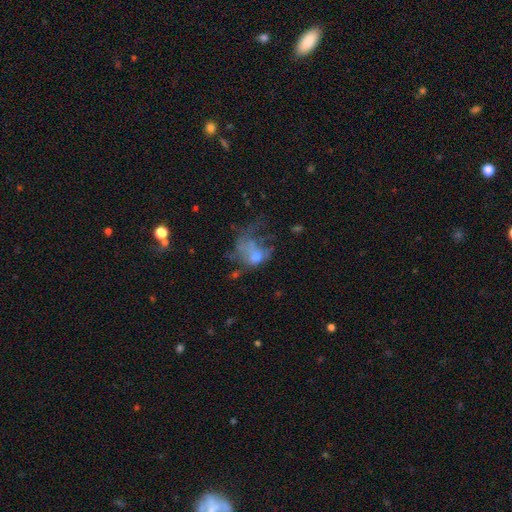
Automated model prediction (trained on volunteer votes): The model was most divided on "smooth or featured": featured or disk: 48%, smooth: 36%, star or artifact: 16%. More confident: merging — major disturbance (53%).